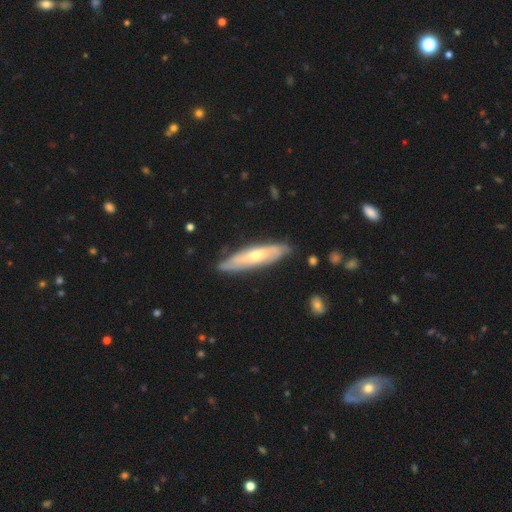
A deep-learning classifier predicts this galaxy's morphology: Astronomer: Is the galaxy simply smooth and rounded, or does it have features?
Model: featured or disk — 60% (runner-up: smooth, 35%).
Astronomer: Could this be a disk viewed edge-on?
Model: yes — 52% (runner-up: no, 48%).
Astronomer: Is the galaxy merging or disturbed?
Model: none — 80%.